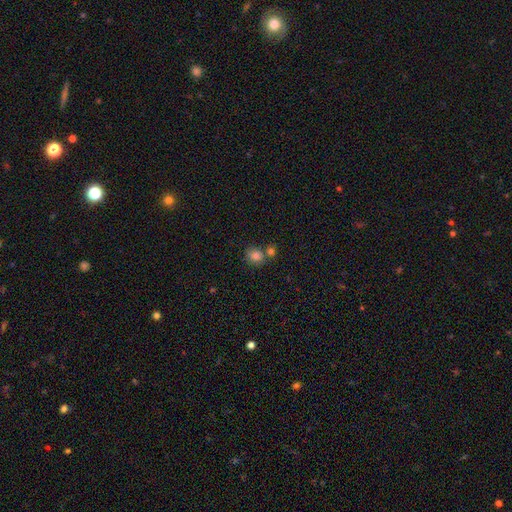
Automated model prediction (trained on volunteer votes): A smooth galaxy with no disk features (83%) that is round (77%). Merging: none (60%).